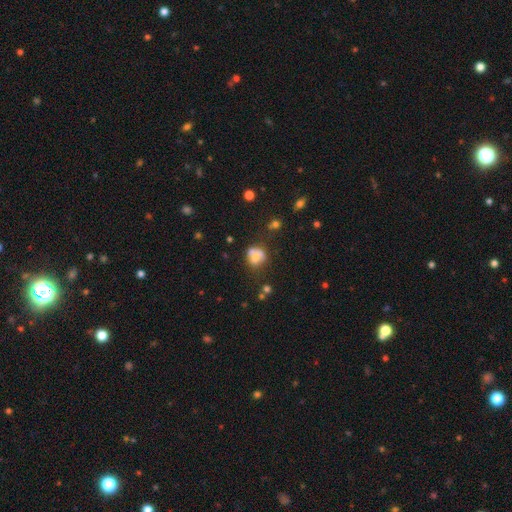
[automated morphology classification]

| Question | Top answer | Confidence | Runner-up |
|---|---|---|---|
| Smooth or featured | smooth | 58% | featured or disk (28%) |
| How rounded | round | 59% | in between (40%) |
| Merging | merger | 37% | none (34%) |